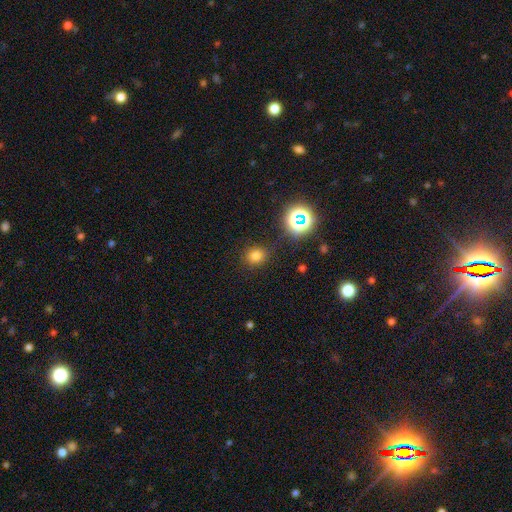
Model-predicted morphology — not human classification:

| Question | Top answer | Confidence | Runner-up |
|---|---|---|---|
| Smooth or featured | smooth | 74% | star or artifact (21%) |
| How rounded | round | 76% | in between (23%) |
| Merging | none | 80% | minor disturbance (13%) |